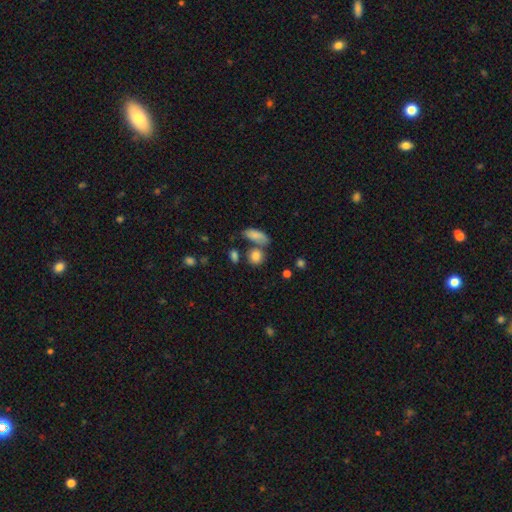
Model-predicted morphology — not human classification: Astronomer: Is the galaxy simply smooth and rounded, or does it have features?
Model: smooth — 83%.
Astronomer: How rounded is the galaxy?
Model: round — 64%.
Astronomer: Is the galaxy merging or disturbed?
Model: none — 61%.